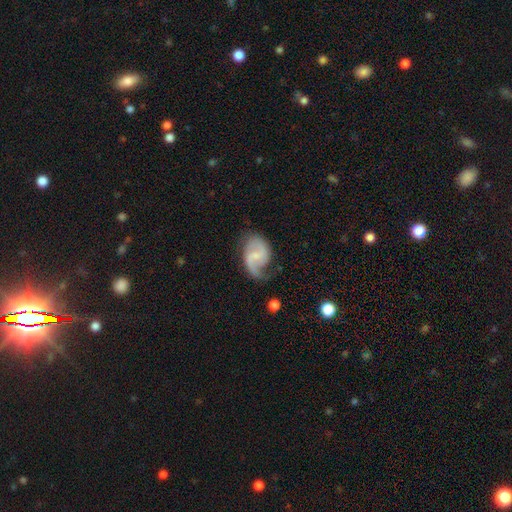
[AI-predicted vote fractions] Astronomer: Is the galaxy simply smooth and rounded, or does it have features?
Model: featured or disk — 80%.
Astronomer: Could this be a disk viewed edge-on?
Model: no — 98%.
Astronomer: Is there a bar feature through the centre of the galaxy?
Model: weak — 53% (runner-up: no, 33%).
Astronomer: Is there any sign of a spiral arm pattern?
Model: yes — 95%.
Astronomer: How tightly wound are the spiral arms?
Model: medium — 45% (runner-up: loose, 40%).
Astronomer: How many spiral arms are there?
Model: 2 — 78%.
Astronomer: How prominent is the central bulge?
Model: small — 50% (runner-up: none, 28%).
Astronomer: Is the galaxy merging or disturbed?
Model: none — 58%.